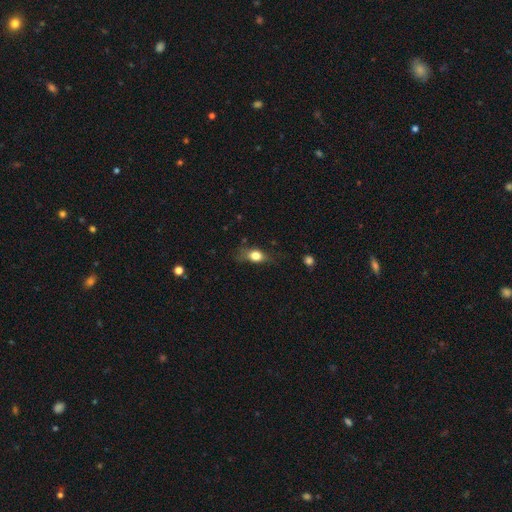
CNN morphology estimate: This appears to be a smooth galaxy with no disk features (75%) that is in between round and cigar-shaped (67%). Merging: none (54%).